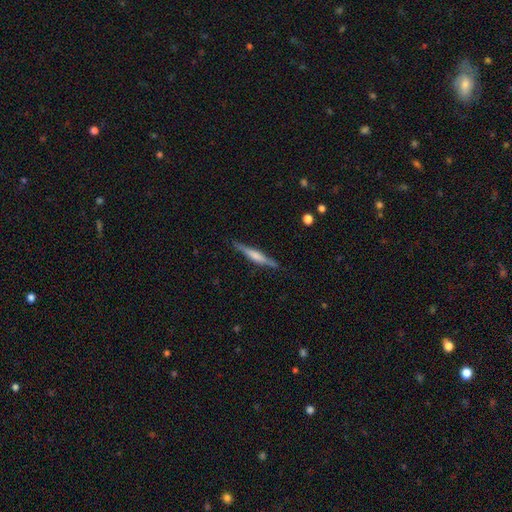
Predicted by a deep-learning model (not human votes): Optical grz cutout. It shows a featured or disk galaxy (58%) viewed edge-on (97%) with a rounded central bulge (49%). Merging: none (86%).